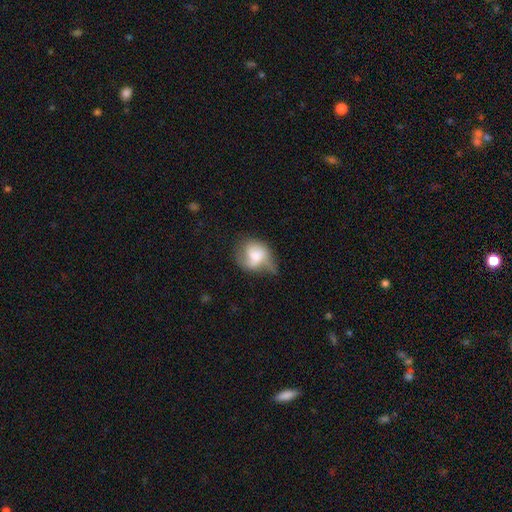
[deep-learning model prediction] Smooth or featured?
  - smooth: 50% *
  - featured or disk: 42%
  - star or artifact: 8%
How rounded?
  - round: 49% * (tied)
  - in between: 49% * (tied)
  - cigar-shaped: 2%
Merging?
  - minor disturbance: 35% *
  - major disturbance: 33%
  - none: 27%
  - merger: 5%